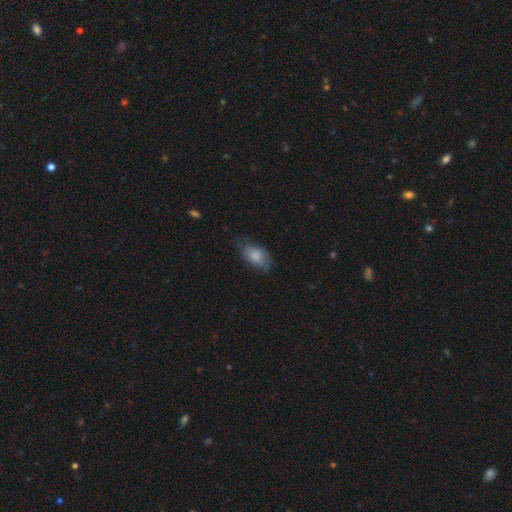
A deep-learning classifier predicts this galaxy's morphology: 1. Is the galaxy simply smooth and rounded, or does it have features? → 80% smooth, 13% featured or disk, 7% star or artifact.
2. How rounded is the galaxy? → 90% in between, 6% round, 3% cigar-shaped.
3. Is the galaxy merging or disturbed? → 59% none, 30% minor disturbance, 9% major disturbance, 1% merger.